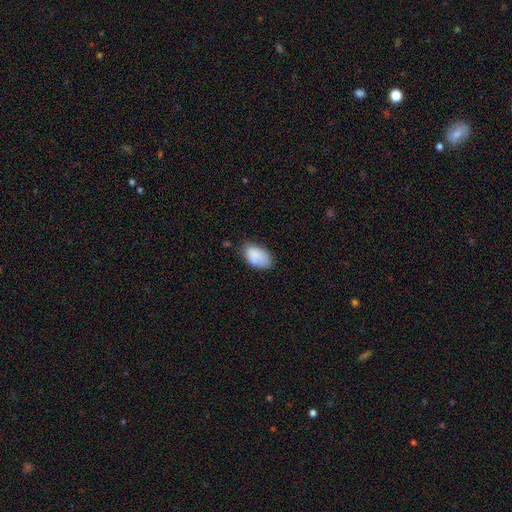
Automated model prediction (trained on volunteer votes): The model was most divided on "merging": none: 66%, minor disturbance: 25%, major disturbance: 6%, merger: 3%. More confident: how rounded — in between (93%); smooth or featured — smooth (84%).